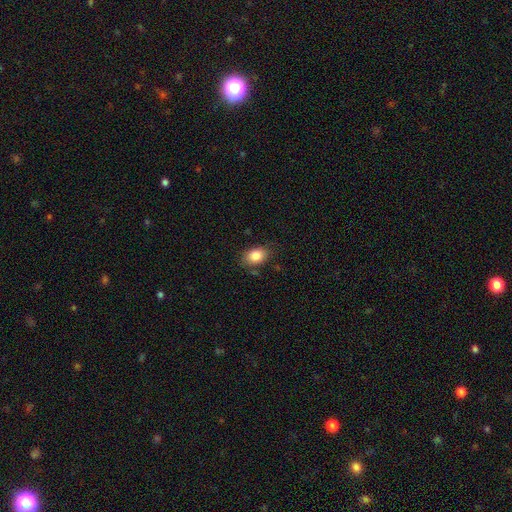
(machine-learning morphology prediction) Overall: smooth (85%). How rounded: in between (79%). Merging: none (80%).